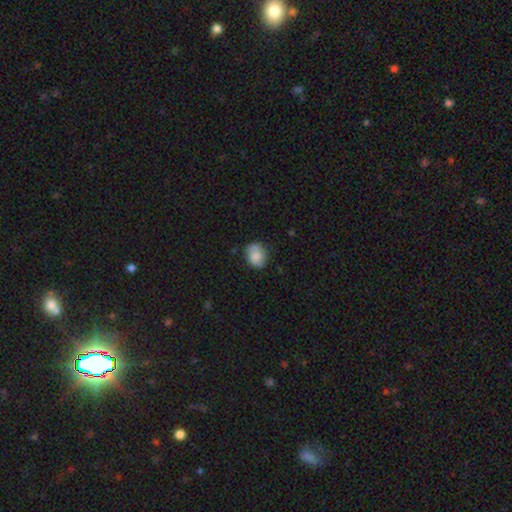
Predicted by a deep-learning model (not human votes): smooth_or_featured: smooth (p=0.70) [alt: featured or disk p=0.21]
how_rounded: round (p=0.54) [alt: in between p=0.45]
merging: none (p=0.68) [alt: minor disturbance p=0.23]